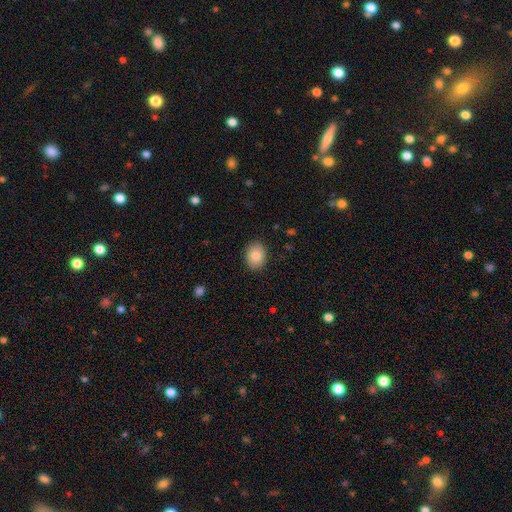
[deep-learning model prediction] Smooth or featured?
  - smooth: 84% *
  - star or artifact: 8%
  - featured or disk: 8%
How rounded?
  - in between: 53% *
  - round: 46%
  - cigar-shaped: 1%
Merging?
  - none: 89% *
  - minor disturbance: 8%
  - major disturbance: 2%
  - merger: 1%